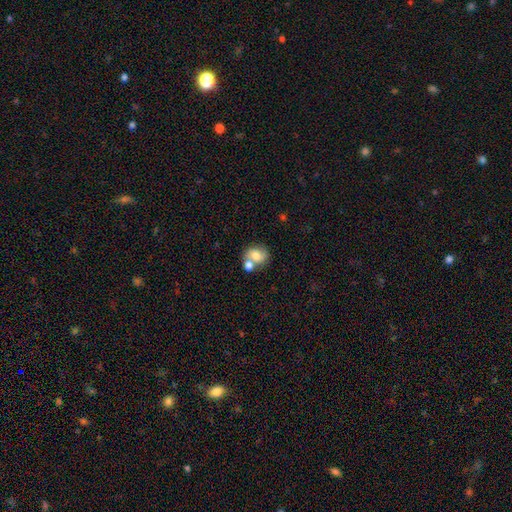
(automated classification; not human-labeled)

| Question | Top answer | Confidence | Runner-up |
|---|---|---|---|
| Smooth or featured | smooth | 65% | featured or disk (27%) |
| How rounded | round | 54% | in between (44%) |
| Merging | merger | 43% | none (40%) |